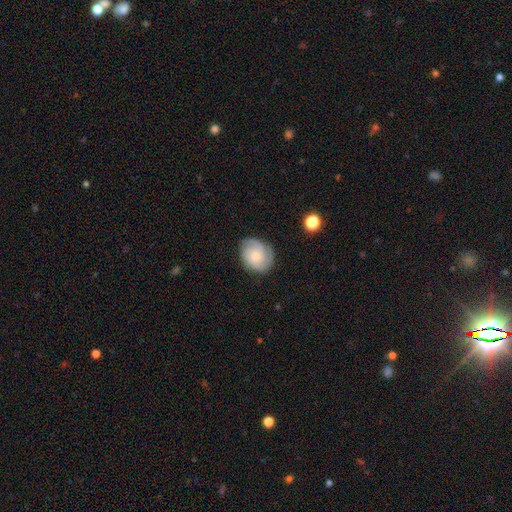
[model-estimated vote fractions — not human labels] featured or disk 56%, smooth 36%, star or artifact 7%. Down the decision tree: edge-on disk — no (98%); bar — no (77%); spiral arms — yes (92%); spiral arm count — 3 (29%); spiral winding — tight (57%); bulge size — small (53%); merging — none (76%).